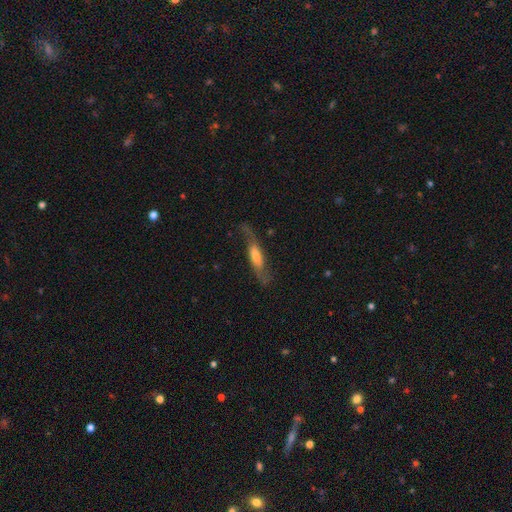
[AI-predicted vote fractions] Smooth or featured? Predicted: featured or disk (p=0.71). Edge-on disk? Predicted: no (p=0.57). Merging? Predicted: none (p=0.70).